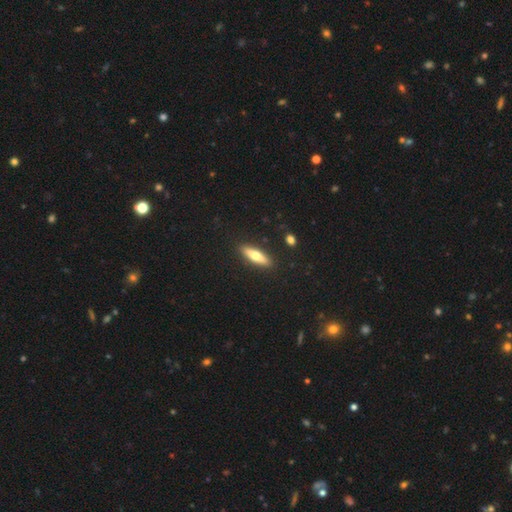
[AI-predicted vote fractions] Smooth or featured? smooth (57%)
How rounded? cigar-shaped (64%)
Merging? none (89%)